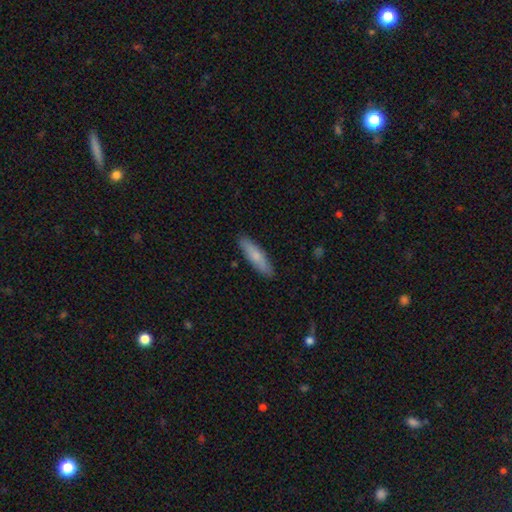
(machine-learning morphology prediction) The model was most divided on "how rounded": cigar-shaped: 72%, in between: 26%, round: 2%. More confident: merging — none (89%); smooth or featured — smooth (74%).